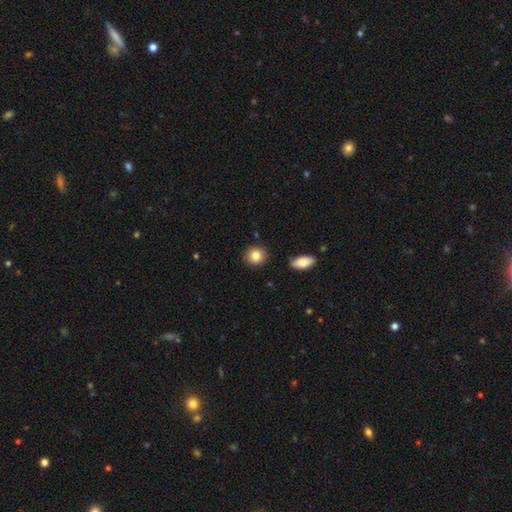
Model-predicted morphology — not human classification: The model was most divided on "how rounded": round: 84%, in between: 15%, cigar-shaped: 1%. More confident: merging — none (88%); smooth or featured — smooth (84%).